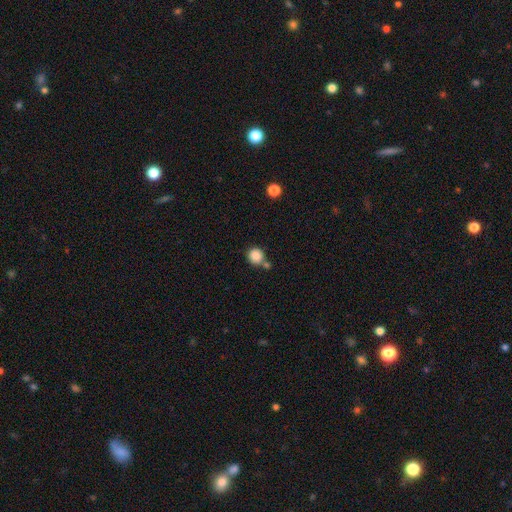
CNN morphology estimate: This appears to be a smooth galaxy with no disk features (86%) that is round (90%). Merging: none (64%).